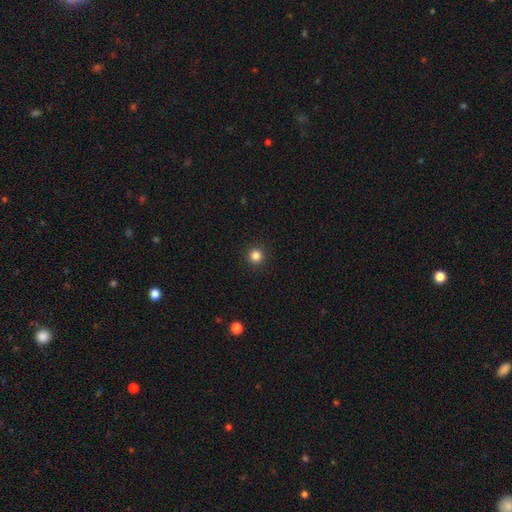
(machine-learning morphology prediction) smooth-or-featured: smooth: 84% | star or artifact: 13% | featured or disk: 4%
  how-rounded: round: 96% | in between: 4% | cigar-shaped: 1%
  merging: none: 93% | minor disturbance: 4% | major disturbance: 2% | merger: 1%